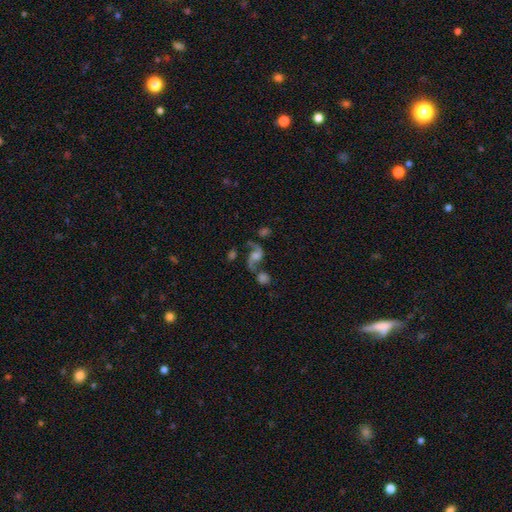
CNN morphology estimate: featured or disk 83%, smooth 10%, star or artifact 8%. Down the decision tree: edge-on disk — no (97%); bar — no (56%); spiral arms — yes (95%); spiral arm count — 2 (91%); spiral winding — loose (72%); bulge size — moderate (41%); merging — none (46%).